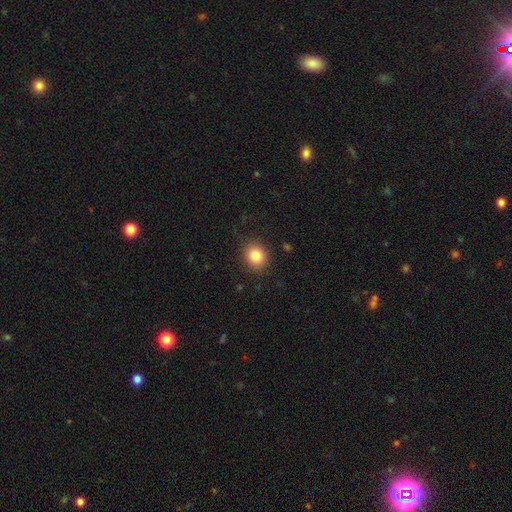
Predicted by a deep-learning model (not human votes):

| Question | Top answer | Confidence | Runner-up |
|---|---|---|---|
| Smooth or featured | smooth | 84% | star or artifact (10%) |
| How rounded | round | 75% | in between (24%) |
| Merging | none | 88% | minor disturbance (8%) |